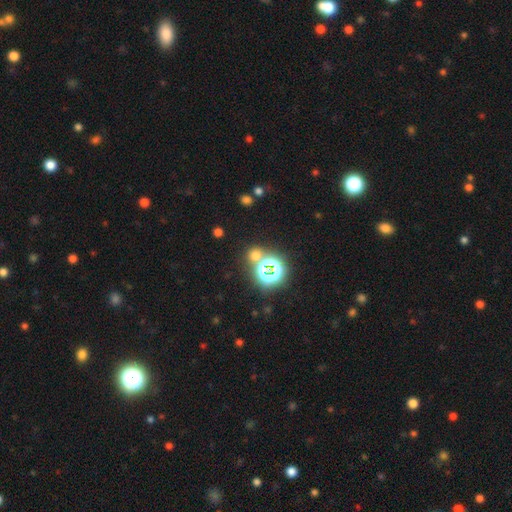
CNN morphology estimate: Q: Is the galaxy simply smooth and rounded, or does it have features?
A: smooth — 49%.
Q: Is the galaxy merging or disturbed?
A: none — 72%.